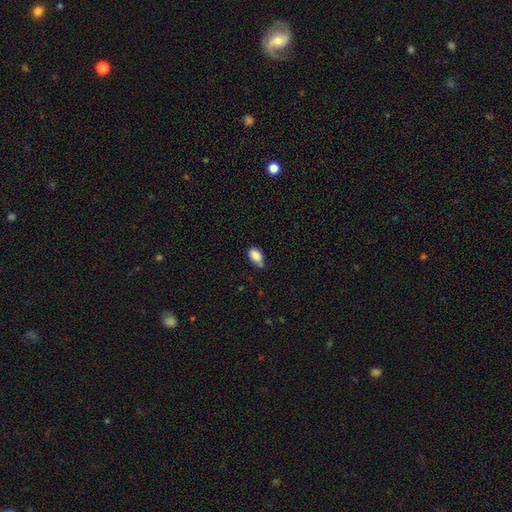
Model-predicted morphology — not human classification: A smooth galaxy with no disk features (87%) that is in between round and cigar-shaped (90%). Merging: none (54%).